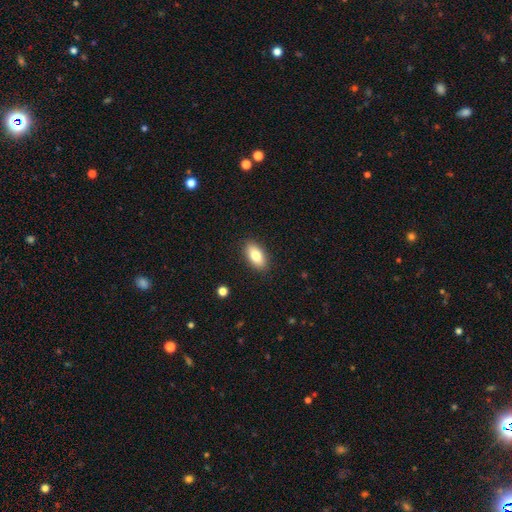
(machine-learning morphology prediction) smooth_or_featured: smooth (p=0.81) [alt: featured or disk p=0.12]
how_rounded: in between (p=0.90) [alt: cigar-shaped p=0.06]
merging: none (p=0.89) [alt: minor disturbance p=0.08]